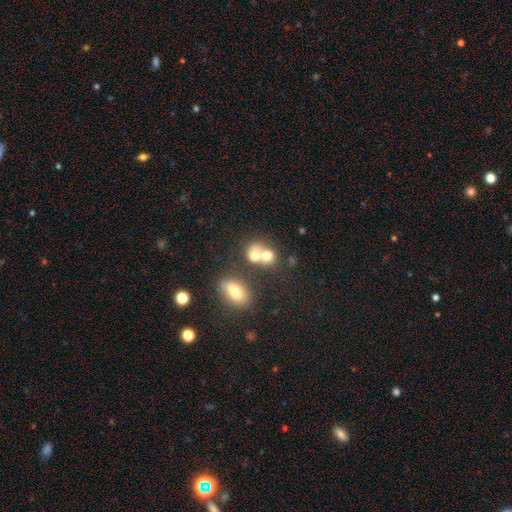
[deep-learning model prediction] Smooth or featured? smooth (71%)
How rounded? round (61%)
Merging? merger (60%)